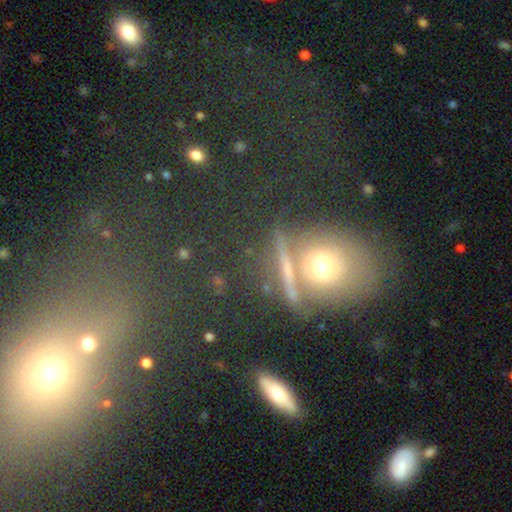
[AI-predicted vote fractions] This is marginally a smooth galaxy (43%). Merging: likely none (68%).